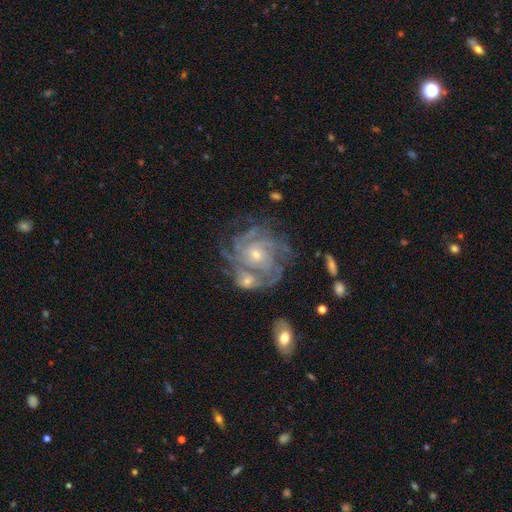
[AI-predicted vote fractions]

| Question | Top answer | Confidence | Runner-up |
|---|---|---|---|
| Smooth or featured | featured or disk | 86% | star or artifact (7%) |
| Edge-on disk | no | 97% | yes (3%) |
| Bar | no | 72% | weak (22%) |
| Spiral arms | yes | 97% | no (3%) |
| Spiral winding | tight | 73% | medium (22%) |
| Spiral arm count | can't tell | 28% | 4 (26%) |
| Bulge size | small | 58% | moderate (37%) |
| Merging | none | 60% | minor disturbance (16%) |